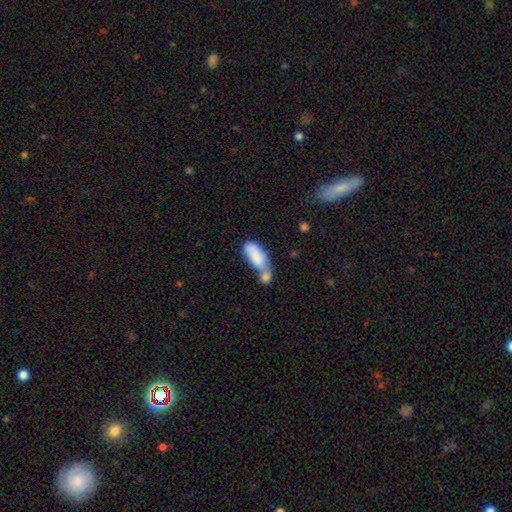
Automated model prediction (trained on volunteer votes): This is likely a smooth galaxy (77%). How rounded: clearly in between (81%). Merging: possibly merger (60%).